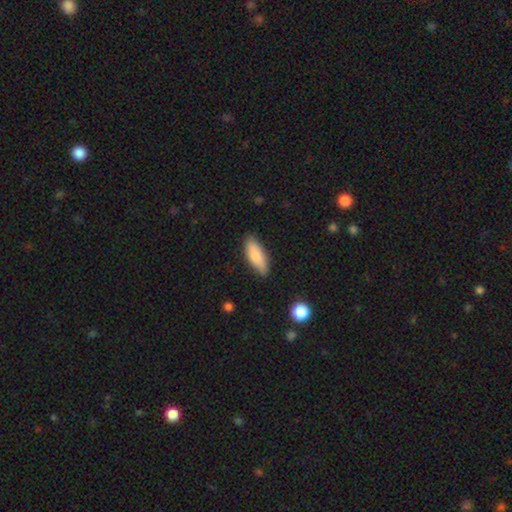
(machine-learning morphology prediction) A smooth galaxy with no disk features (82%) that is in between round and cigar-shaped (70%). Merging: none (79%).